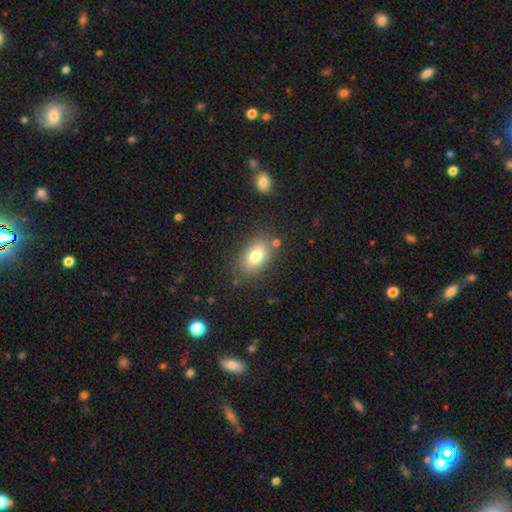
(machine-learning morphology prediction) Smooth or featured? smooth (78%)
How rounded? in between (87%)
Merging? none (80%)